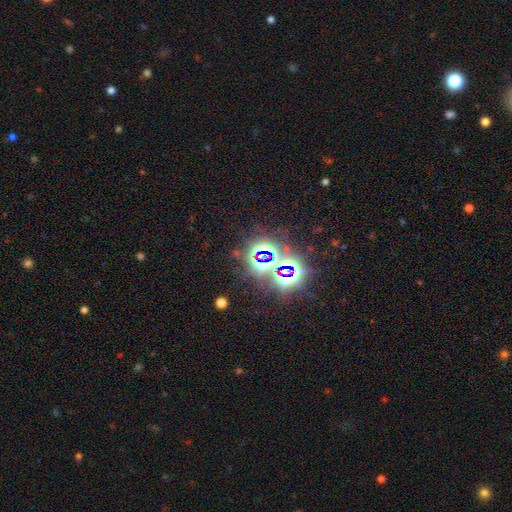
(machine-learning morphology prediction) Smooth or featured? Predicted: star or artifact (p=0.81).